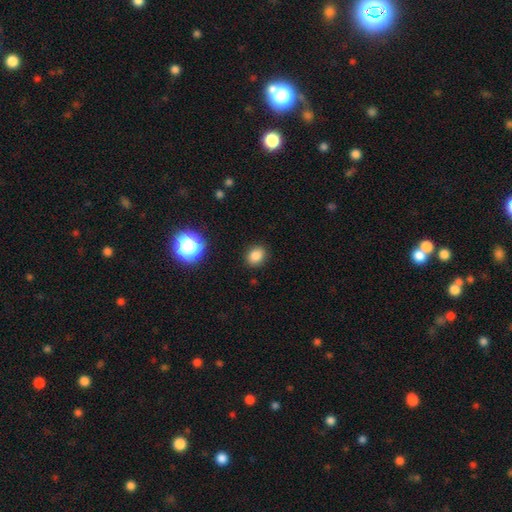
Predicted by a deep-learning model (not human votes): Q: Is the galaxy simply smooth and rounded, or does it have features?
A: smooth — 83%.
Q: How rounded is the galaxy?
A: round — 59%.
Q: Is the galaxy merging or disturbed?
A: none — 89%.